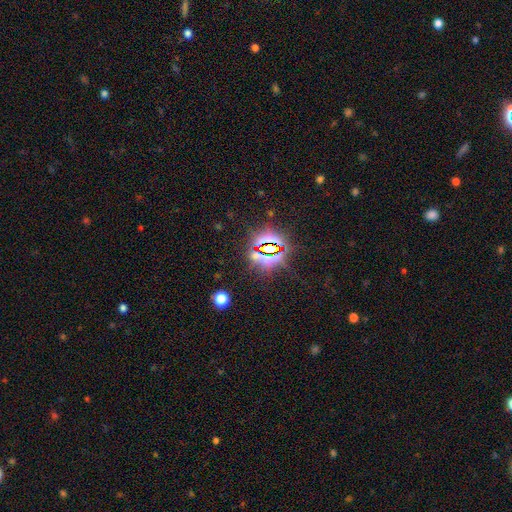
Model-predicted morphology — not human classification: star or artifact 79%, smooth 12%, featured or disk 9%.